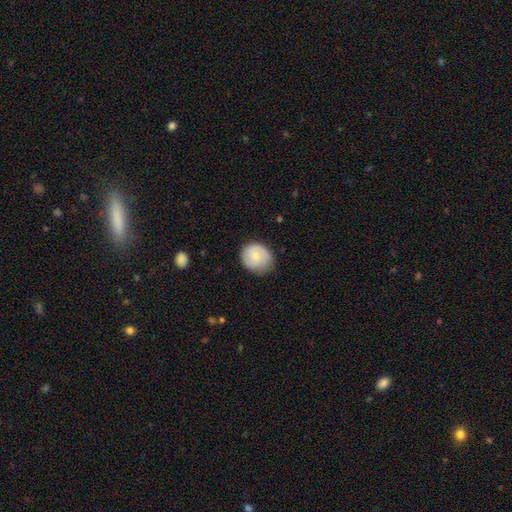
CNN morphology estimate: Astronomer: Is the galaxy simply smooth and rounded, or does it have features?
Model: smooth — 70%.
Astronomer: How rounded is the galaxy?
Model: round — 79%.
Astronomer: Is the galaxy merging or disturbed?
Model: none — 68%.